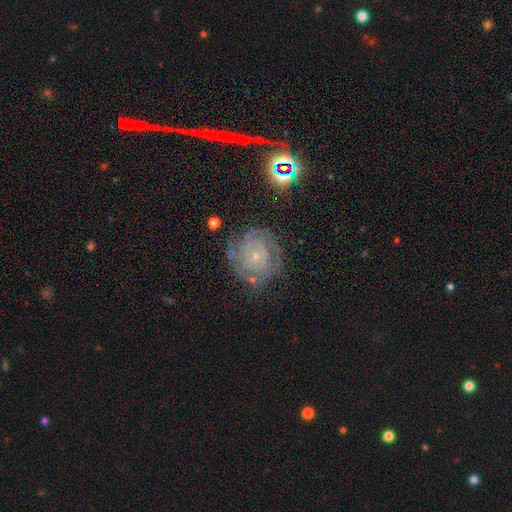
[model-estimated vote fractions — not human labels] The model was most divided on "spiral arm count": can't tell: 35%, 2: 25%, 3: 19%, 4: 10%, 1: 6%, more than 4: 6%. More confident: edge-on disk — no (98%); spiral arms — yes (93%); bulge size — small (81%); smooth or featured — featured or disk (78%); bar — no (77%); spiral winding — tight (73%); merging — none (70%).